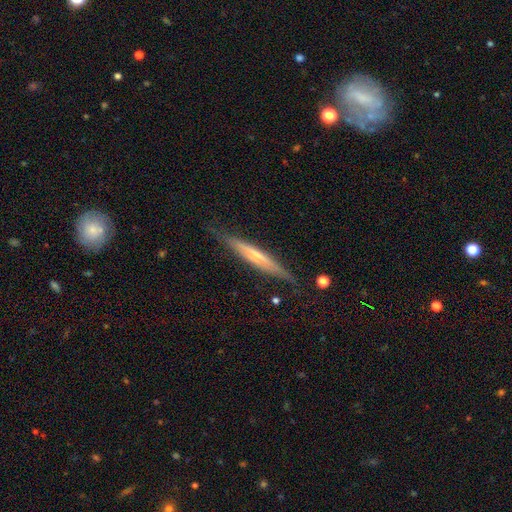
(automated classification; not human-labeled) Smooth or featured?
  - featured or disk: 58% *
  - smooth: 36%
  - star or artifact: 6%
Edge-on disk?
  - yes: 92% *
  - no: 8%
Edge-on bulge?
  - none: 55% *
  - rounded: 31%
  - boxy: 14%
Merging?
  - none: 79% *
  - minor disturbance: 16%
  - major disturbance: 4%
  - merger: 2%